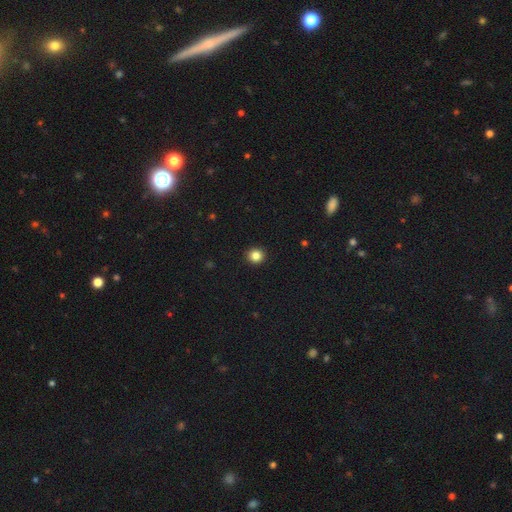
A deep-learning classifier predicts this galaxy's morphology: This appears to be a smooth galaxy with no disk features (85%) that is round (92%). Merging: none (93%).